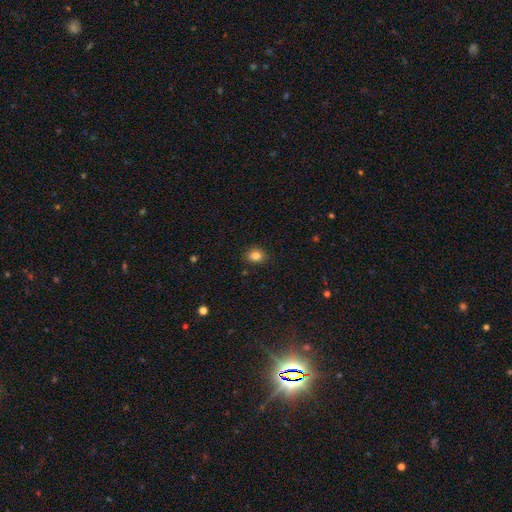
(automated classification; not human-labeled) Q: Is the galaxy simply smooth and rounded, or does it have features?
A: smooth — 84%.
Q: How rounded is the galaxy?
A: round — 53%.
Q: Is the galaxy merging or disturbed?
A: none — 88%.